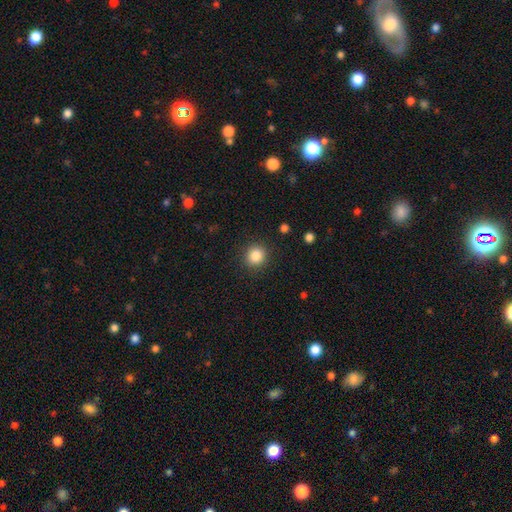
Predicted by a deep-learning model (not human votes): This is clearly a smooth galaxy (85%). How rounded: clearly round (90%). Merging: clearly none (89%).